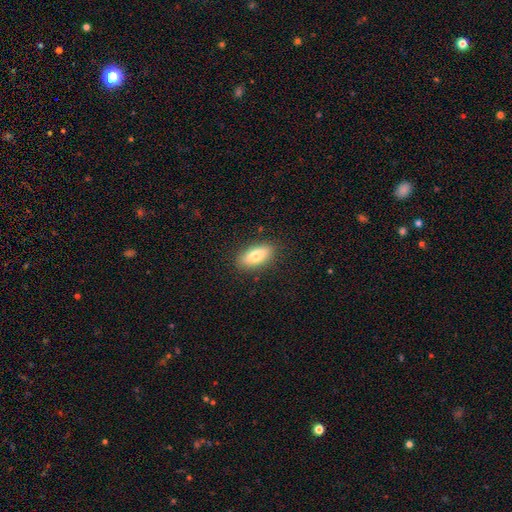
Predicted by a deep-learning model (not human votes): A smooth galaxy with no disk features (78%) that is in between round and cigar-shaped (83%).

Vote fractions:
- Smooth or featured? smooth: 78% / featured or disk: 15% / star or artifact: 7%
- How rounded? in between: 83% / cigar-shaped: 14% / round: 3%
- Merging? none: 87% / minor disturbance: 9% / major disturbance: 2% / merger: 1%